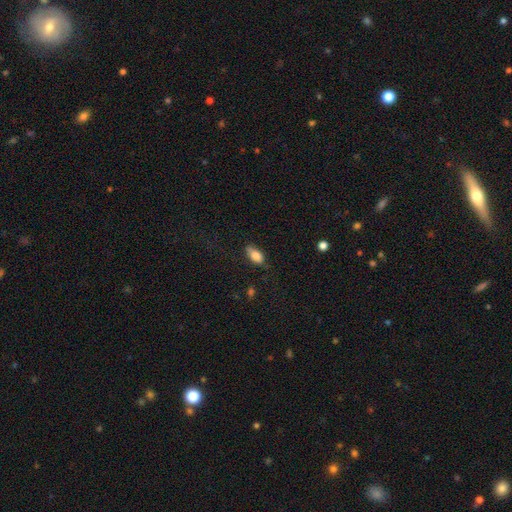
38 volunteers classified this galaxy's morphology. A smooth galaxy with no disk features (87%) that is in between round and cigar-shaped (91%). Merging: none (61%).